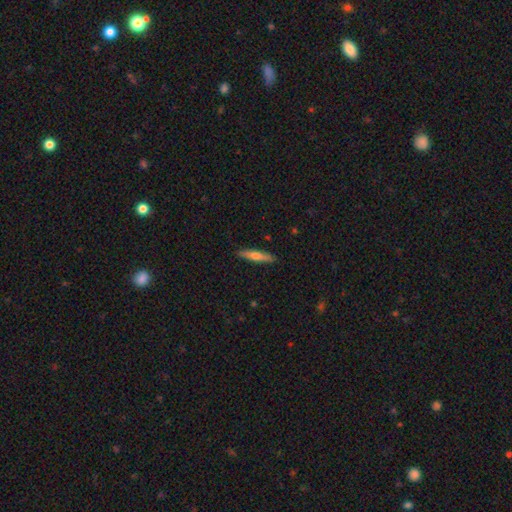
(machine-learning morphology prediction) smooth 54%, featured or disk 40%, star or artifact 6%. Down the decision tree: how rounded — cigar-shaped (89%); merging — none (90%).